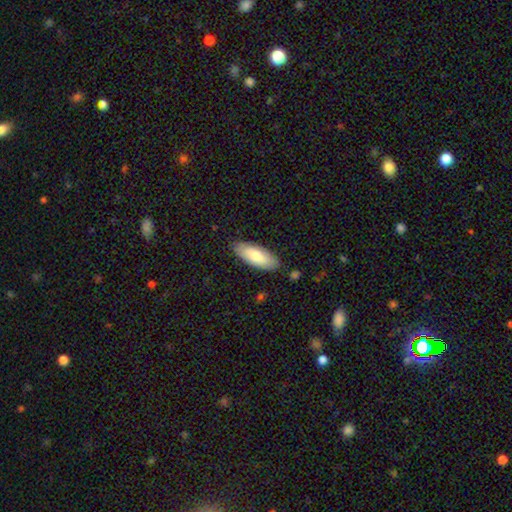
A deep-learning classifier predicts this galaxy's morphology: smooth 76%, featured or disk 19%, star or artifact 5%. Down the decision tree: how rounded — in between (77%); merging — none (86%).